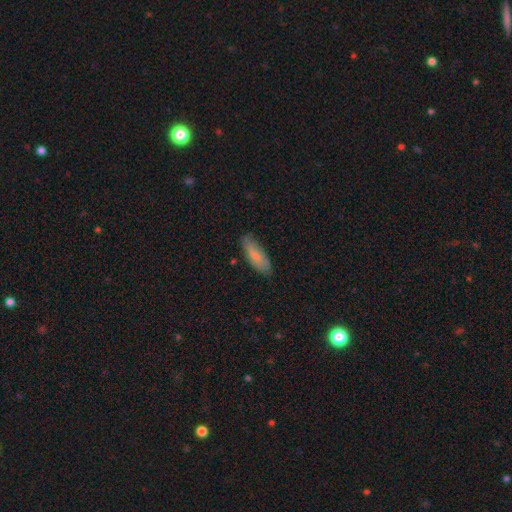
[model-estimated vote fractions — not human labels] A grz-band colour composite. It shows a smooth galaxy with no disk features (74%) that is in between round and cigar-shaped (63%). Merging: none (81%).